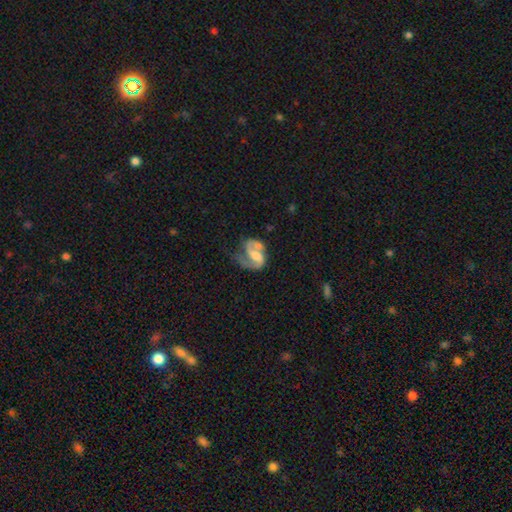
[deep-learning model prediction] A featured or disk galaxy (79%) with a weak bar (45%), 2 (67%) medium (48%) spiral arms (91%) and a moderate central bulge (48%). Merging: major disturbance (32%).